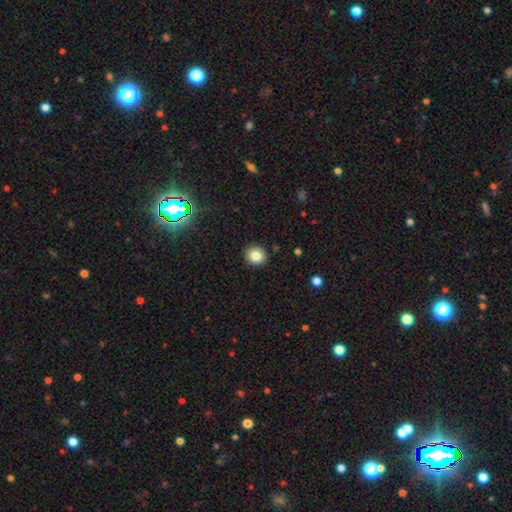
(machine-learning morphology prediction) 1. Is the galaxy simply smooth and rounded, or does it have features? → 82% smooth, 11% star or artifact, 7% featured or disk.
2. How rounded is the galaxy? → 82% round, 17% in between, 1% cigar-shaped.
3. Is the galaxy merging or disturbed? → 91% none, 6% minor disturbance, 2% major disturbance, 1% merger.